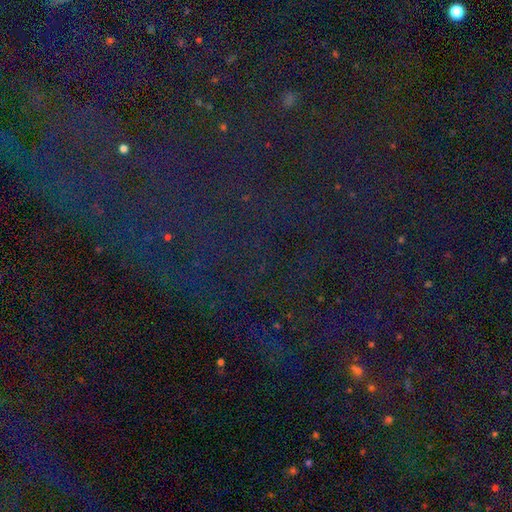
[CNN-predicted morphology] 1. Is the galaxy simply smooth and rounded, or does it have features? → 83% star or artifact, 9% smooth, 8% featured or disk.